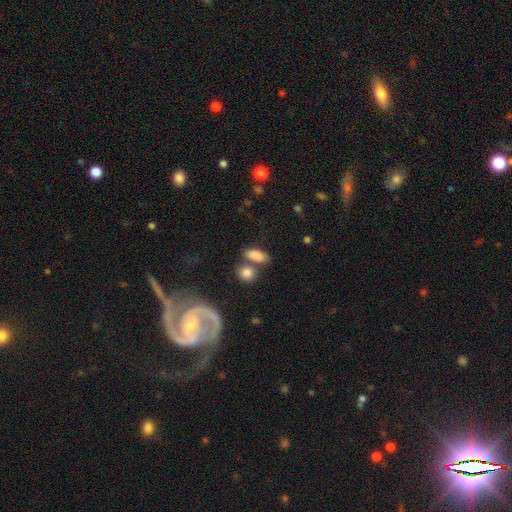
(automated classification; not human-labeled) This is clearly a smooth galaxy (84%). How rounded: clearly in between (80%). Merging: possibly none (56%).